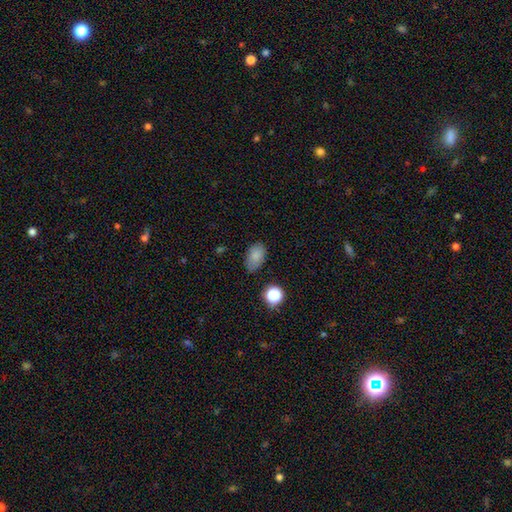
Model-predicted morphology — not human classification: The model was most divided on "merging": none: 74%, minor disturbance: 19%, major disturbance: 4%, merger: 3%. More confident: how rounded — in between (89%); smooth or featured — smooth (82%).